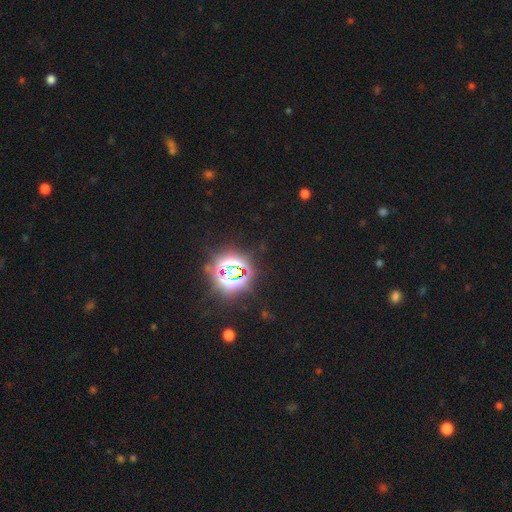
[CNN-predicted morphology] star or artifact 84%, smooth 11%, featured or disk 5%.